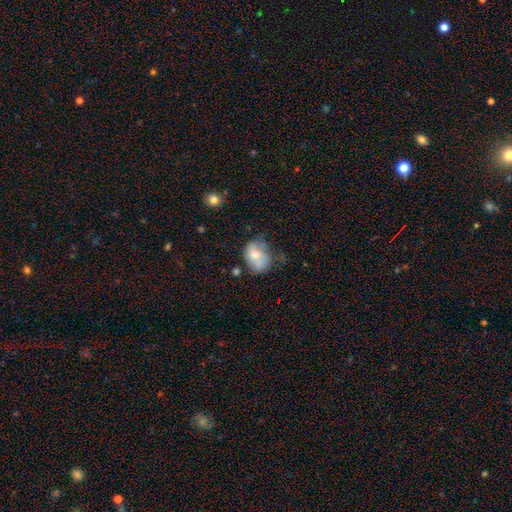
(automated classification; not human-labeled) This appears to be a smooth galaxy with no disk features (64%) that is in between round and cigar-shaped (64%). Merging: none (46%).